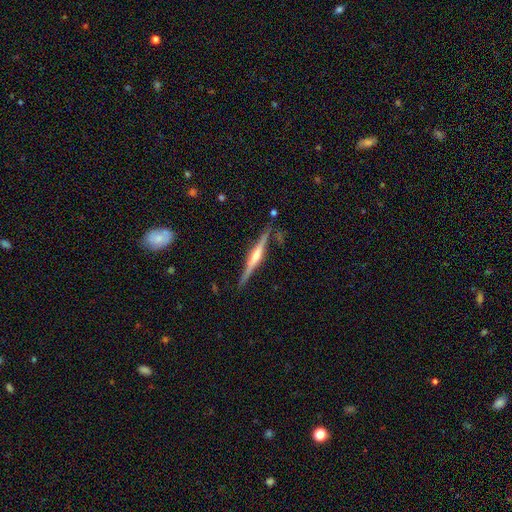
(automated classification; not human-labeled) The model was most divided on "smooth or featured": featured or disk: 82%, smooth: 13%, star or artifact: 5%. More confident: edge-on disk — yes (98%); edge-on bulge — rounded (86%); merging — none (85%).